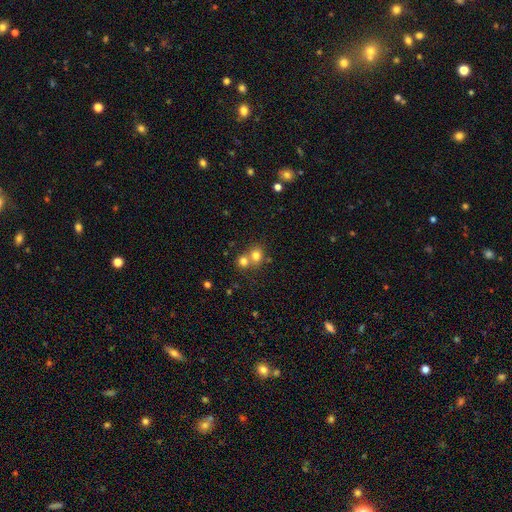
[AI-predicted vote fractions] Smooth or featured? smooth (76%)
How rounded? round (79%)
Merging? merger (49%)